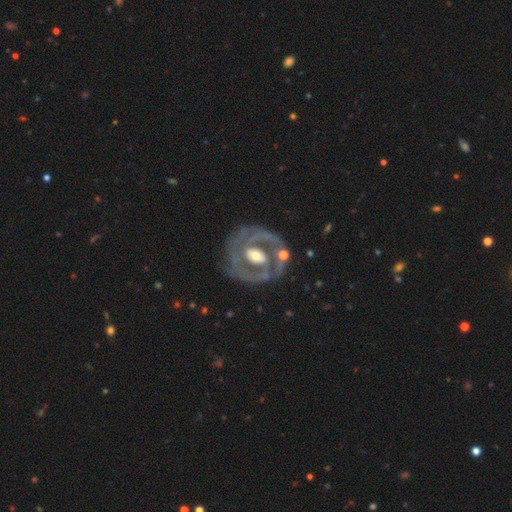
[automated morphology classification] Overall: featured or disk (82%). Edge-on disk: no (96%). Bar: no (47%; weak 33%). Spiral arms: yes (70%). Spiral arm count: 2 (59%; can't tell 19%). Spiral winding: tight (49%; medium 37%). Bulge size: moderate (59%). Merging: none (65%).